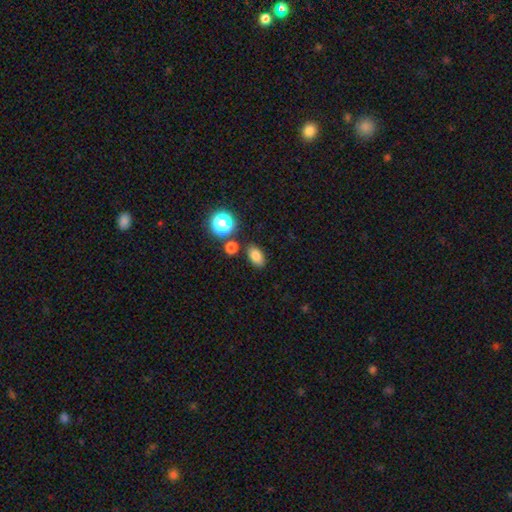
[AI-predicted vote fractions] This is likely a smooth galaxy (80%). How rounded: clearly in between (84%). Merging: clearly none (81%).